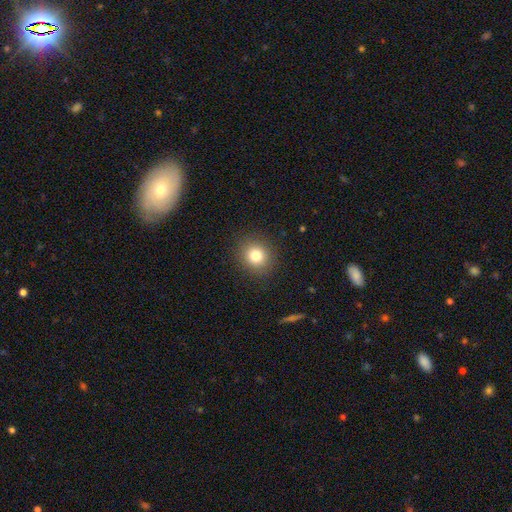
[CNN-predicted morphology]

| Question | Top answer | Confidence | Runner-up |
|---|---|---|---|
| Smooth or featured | smooth | 81% | star or artifact (12%) |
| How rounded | round | 86% | in between (13%) |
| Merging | none | 90% | minor disturbance (7%) |